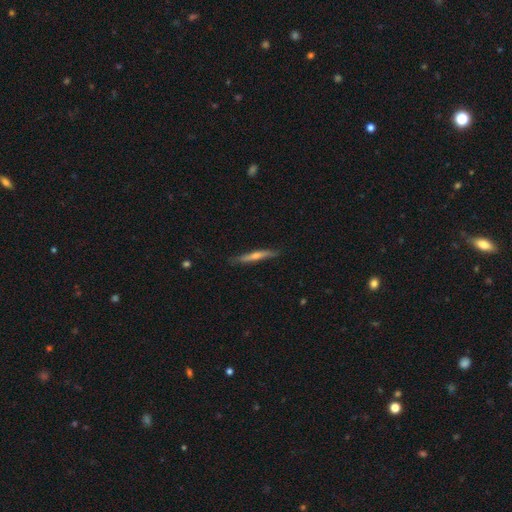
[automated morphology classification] smooth_or_featured: featured or disk (p=0.64) [alt: smooth p=0.30]
disk_edge_on: yes (p=0.96) [alt: no p=0.04]
edge_on_bulge: rounded (p=0.76) [alt: none p=0.19]
merging: none (p=0.87) [alt: minor disturbance p=0.10]